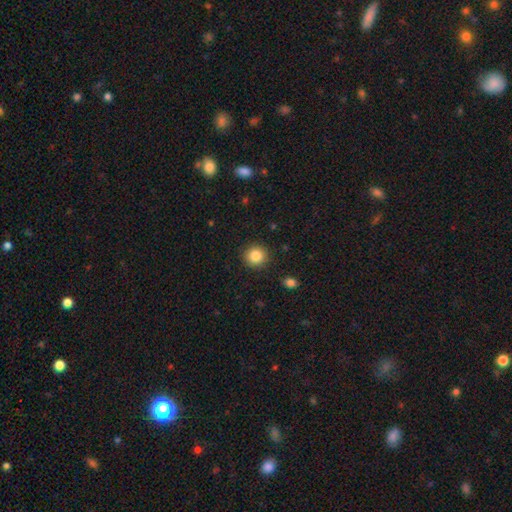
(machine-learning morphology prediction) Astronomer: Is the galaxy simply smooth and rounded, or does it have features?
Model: smooth — 85%.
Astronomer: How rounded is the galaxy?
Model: round — 94%.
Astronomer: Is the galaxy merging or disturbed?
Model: none — 91%.